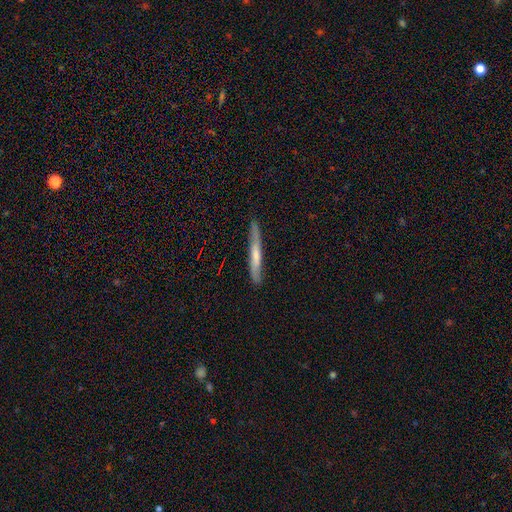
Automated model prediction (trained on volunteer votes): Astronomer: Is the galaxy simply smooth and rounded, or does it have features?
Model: smooth — 54% (runner-up: featured or disk, 41%).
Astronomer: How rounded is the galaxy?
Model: cigar-shaped — 95%.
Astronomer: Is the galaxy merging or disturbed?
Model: none — 83%.